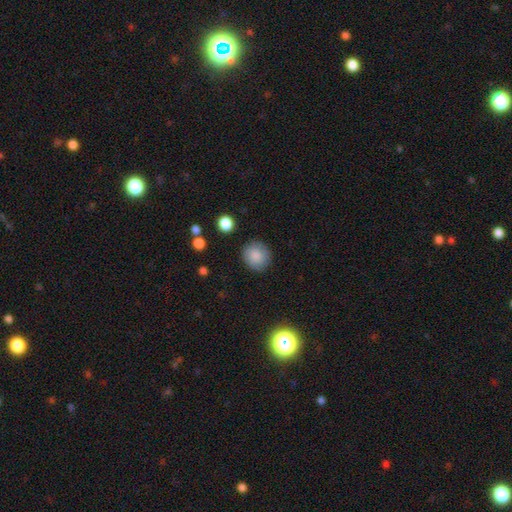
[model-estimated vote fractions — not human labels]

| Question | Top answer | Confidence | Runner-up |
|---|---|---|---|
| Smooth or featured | smooth | 87% | star or artifact (8%) |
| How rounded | round | 87% | in between (12%) |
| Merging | none | 86% | minor disturbance (10%) |